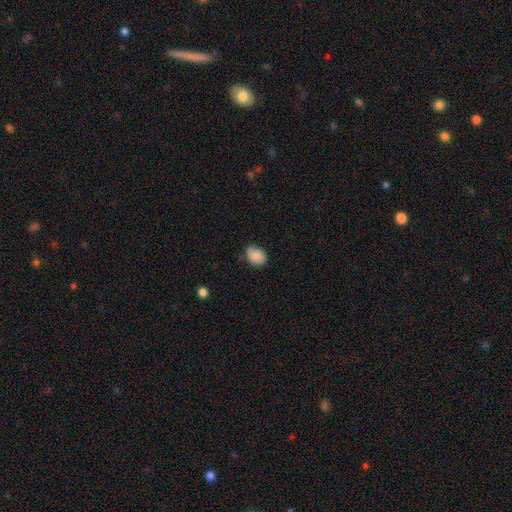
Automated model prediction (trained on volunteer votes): smooth-or-featured: smooth: 82% | featured or disk: 10% | star or artifact: 8%
  how-rounded: in between: 60% | round: 39% | cigar-shaped: 1%
  merging: none: 62% | minor disturbance: 31% | major disturbance: 5% | merger: 2%